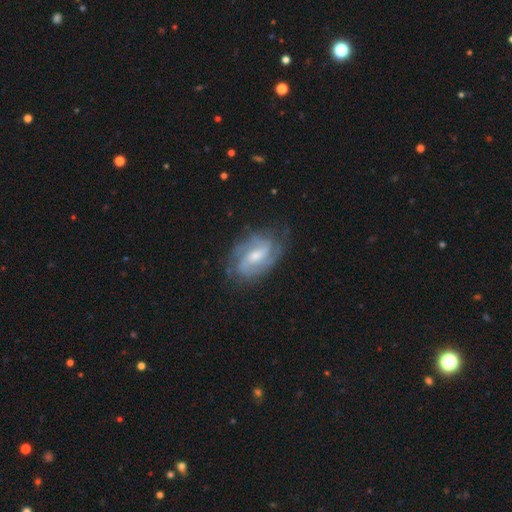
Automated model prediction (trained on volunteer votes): This appears to be a featured or disk galaxy (84%) with a weak bar (52%), 2 (61%) medium (45%) spiral arms (95%) and a small central bulge (46%, tied with moderate). Merging: none (73%).